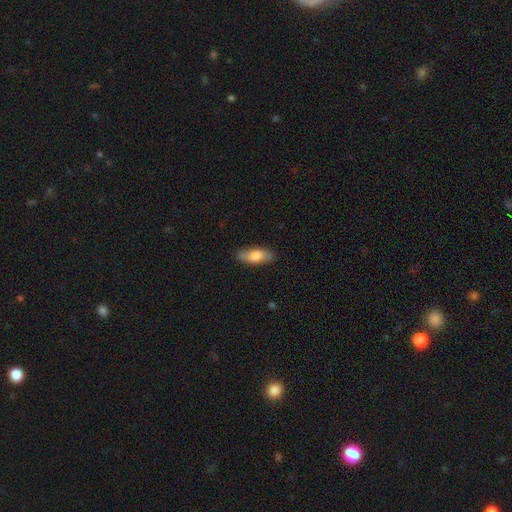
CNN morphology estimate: smooth-or-featured: smooth: 73% | featured or disk: 21% | star or artifact: 6%
  how-rounded: in between: 72% | cigar-shaped: 26% | round: 3%
  merging: none: 86% | minor disturbance: 11% | major disturbance: 2% | merger: 1%